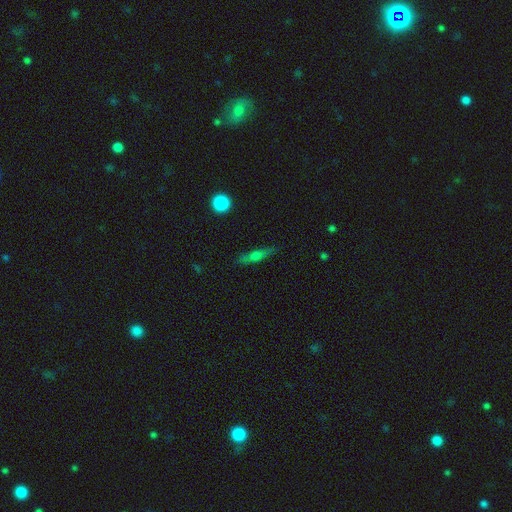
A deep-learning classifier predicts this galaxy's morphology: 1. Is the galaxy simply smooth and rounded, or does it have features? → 49% featured or disk, 43% smooth, 8% star or artifact.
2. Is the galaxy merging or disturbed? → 85% none, 11% minor disturbance, 3% major disturbance, 1% merger.